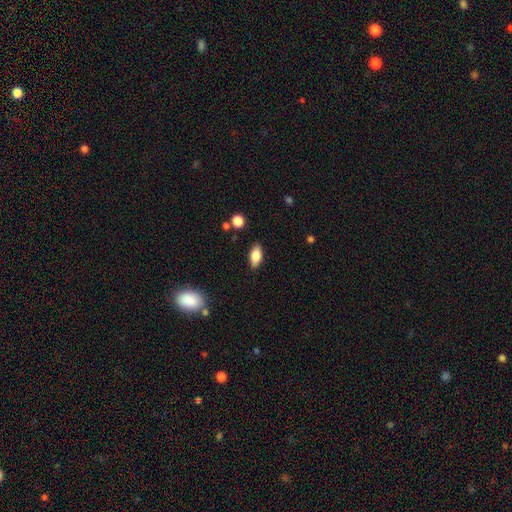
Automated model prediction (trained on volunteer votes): A smooth galaxy with no disk features (79%) that is in between round and cigar-shaped (86%). Merging: none (85%).